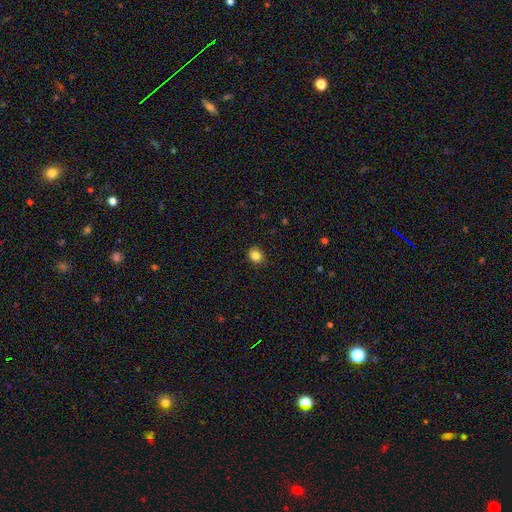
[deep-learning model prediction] Smooth or featured? Predicted: smooth (p=0.84). How rounded? Predicted: round (p=0.68). Merging? Predicted: none (p=0.87).